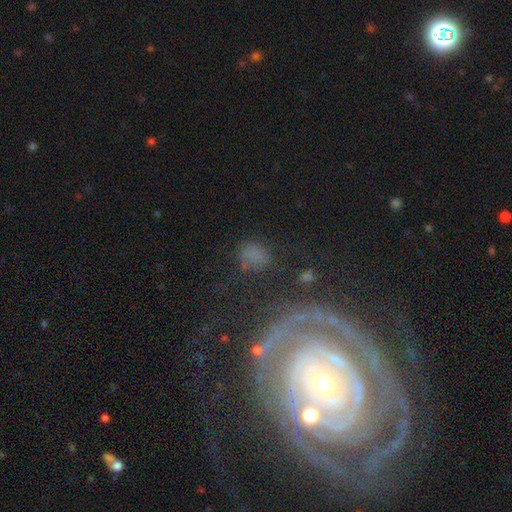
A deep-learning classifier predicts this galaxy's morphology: Smooth or featured? Predicted: smooth (p=0.57). How rounded? Predicted: round (p=0.55). Merging? Predicted: none (p=0.61).